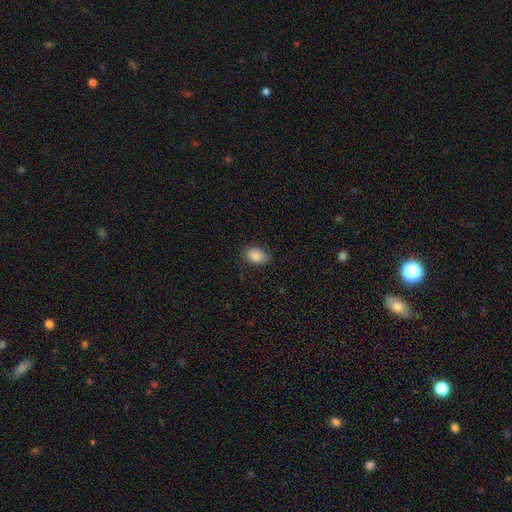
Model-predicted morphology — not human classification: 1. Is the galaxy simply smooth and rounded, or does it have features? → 88% smooth, 8% star or artifact, 4% featured or disk.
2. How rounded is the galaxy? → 84% in between, 15% round, 1% cigar-shaped.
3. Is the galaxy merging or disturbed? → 82% none, 14% minor disturbance, 3% major disturbance, 1% merger.